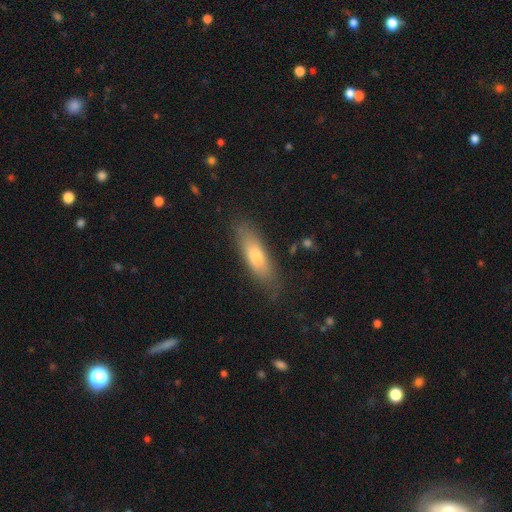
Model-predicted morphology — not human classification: This is likely a smooth galaxy (68%). How rounded: possibly cigar-shaped (53%). Merging: likely none (79%).